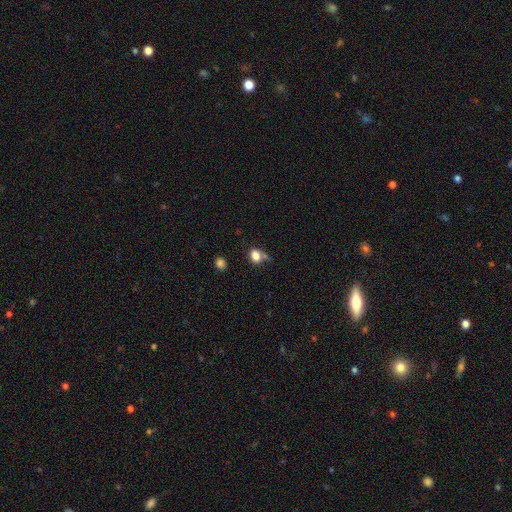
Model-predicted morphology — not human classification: A smooth galaxy with no disk features (80%) that is in between round and cigar-shaped (51%). Merging: none (46%).